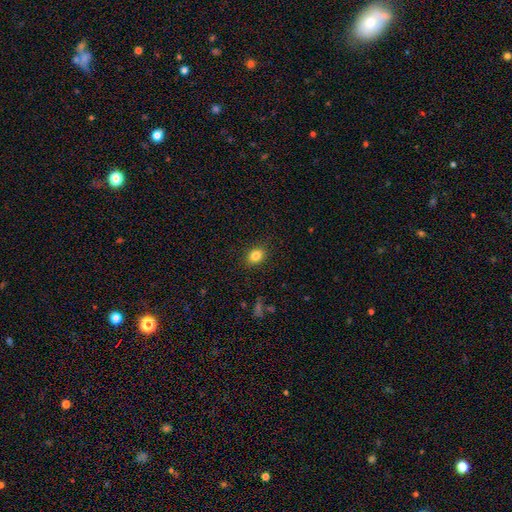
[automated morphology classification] Smooth or featured?
  - smooth: 83% *
  - star or artifact: 11%
  - featured or disk: 6%
How rounded?
  - in between: 56% *
  - round: 43%
  - cigar-shaped: 1%
Merging?
  - none: 88% *
  - minor disturbance: 9%
  - major disturbance: 2%
  - merger: 1%